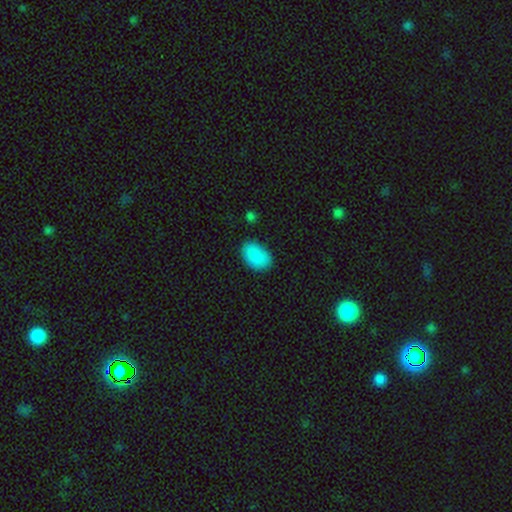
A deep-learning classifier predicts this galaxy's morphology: This appears to be a smooth galaxy with no disk features (89%) that is in between round and cigar-shaped (90%). Merging: none (79%).